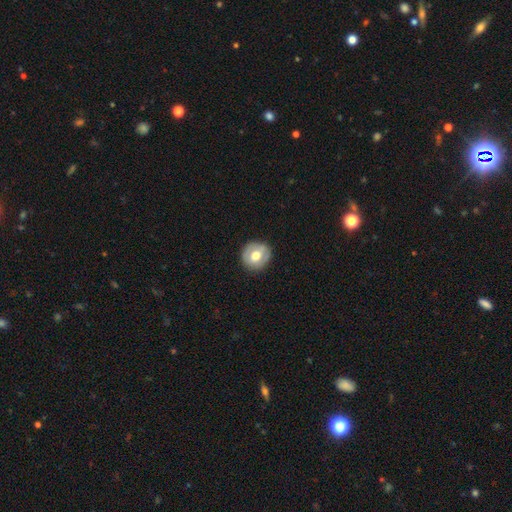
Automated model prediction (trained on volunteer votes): Morphology: type=smooth (56%); roundness=round (86%); merging=none (85%).